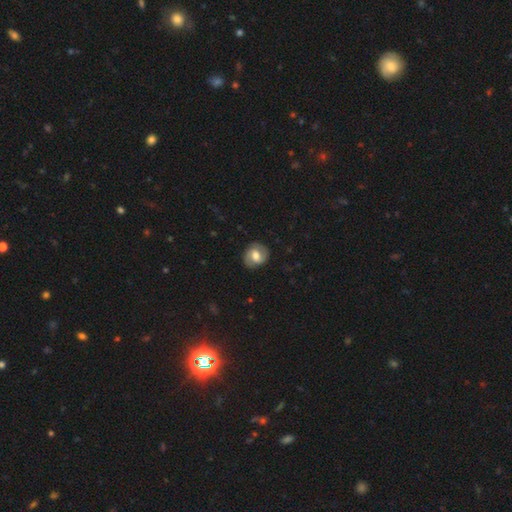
featured or disk 54%, smooth 41%, star or artifact 5%. Down the decision tree: edge-on disk — no (100%); bar — weak (76%); spiral arms — yes (95%); spiral arm count — 2 (100%); spiral winding — medium (50%); bulge size — moderate (71%); merging — none (92%).